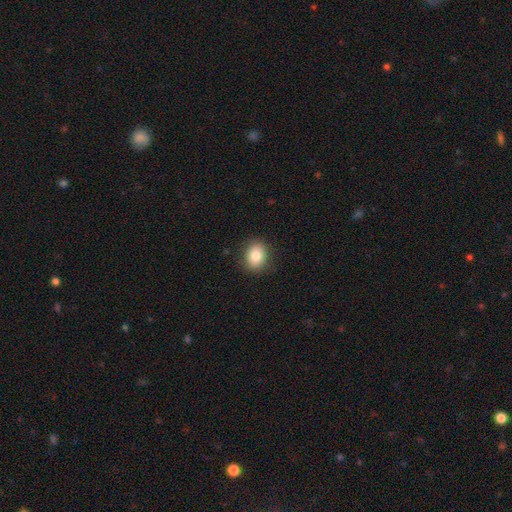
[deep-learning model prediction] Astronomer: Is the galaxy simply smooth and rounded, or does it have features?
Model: smooth — 84%.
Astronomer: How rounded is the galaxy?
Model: in between — 55% (runner-up: round, 45%).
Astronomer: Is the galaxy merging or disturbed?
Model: none — 88%.